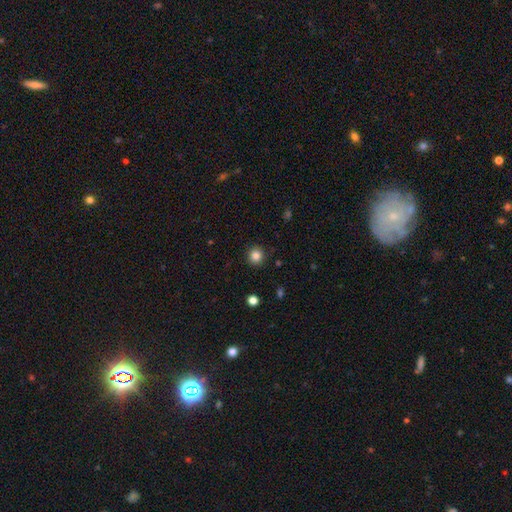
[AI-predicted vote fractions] Smooth or featured: smooth — 84% (star or artifact — 11%)
How rounded: round — 92% (in between — 7%)
Merging: none — 91% (minor disturbance — 6%)